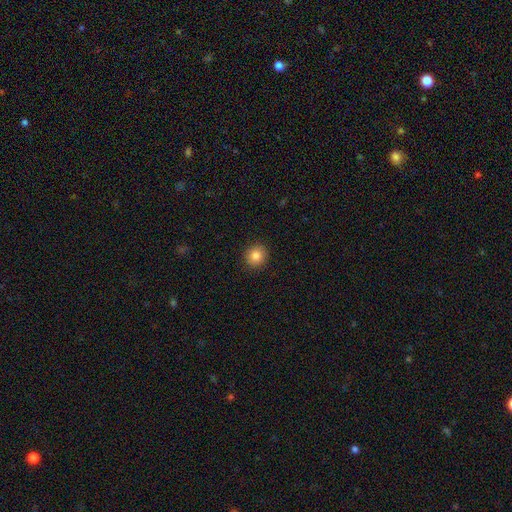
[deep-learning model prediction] Smooth or featured? Predicted: smooth (p=0.84). How rounded? Predicted: round (p=0.91). Merging? Predicted: none (p=0.92).